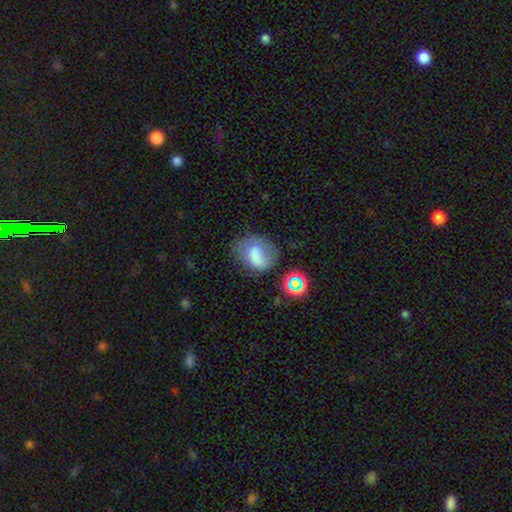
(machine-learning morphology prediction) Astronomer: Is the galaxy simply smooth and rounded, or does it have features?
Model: smooth — 68%.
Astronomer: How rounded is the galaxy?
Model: in between — 53% (runner-up: round, 46%).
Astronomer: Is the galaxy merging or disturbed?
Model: none — 47% (runner-up: minor disturbance, 28%).